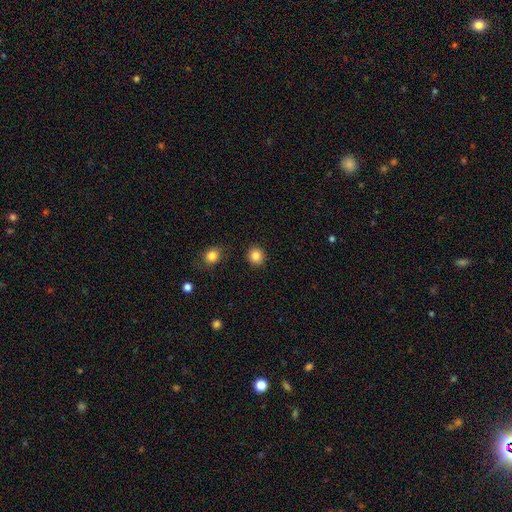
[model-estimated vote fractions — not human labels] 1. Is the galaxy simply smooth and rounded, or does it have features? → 85% smooth, 11% star or artifact, 5% featured or disk.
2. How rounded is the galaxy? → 89% round, 10% in between, 1% cigar-shaped.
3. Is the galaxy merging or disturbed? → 90% none, 6% minor disturbance, 2% merger, 2% major disturbance.